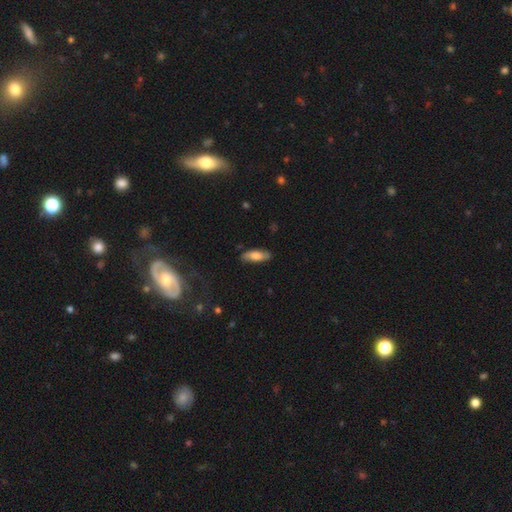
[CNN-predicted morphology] smooth_or_featured: smooth (p=0.66) [alt: featured or disk p=0.28]
how_rounded: in between (p=0.63) [alt: cigar-shaped p=0.35]
merging: none (p=0.81) [alt: minor disturbance p=0.15]